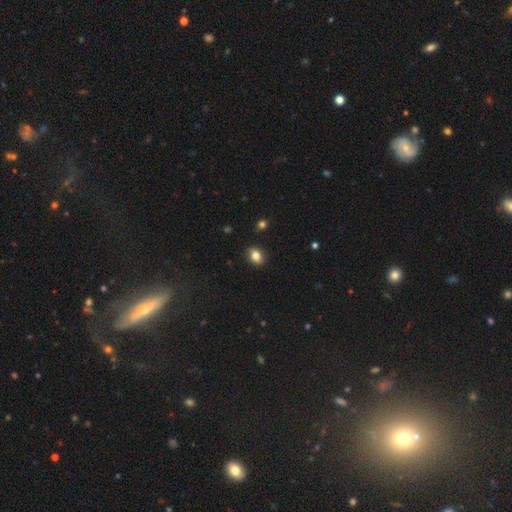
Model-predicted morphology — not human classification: A smooth galaxy with no disk features (83%) that is in between round and cigar-shaped (63%).

Vote fractions:
- Smooth or featured? smooth: 83% / star or artifact: 10% / featured or disk: 7%
- How rounded? in between: 63% / round: 35% / cigar-shaped: 1%
- Merging? none: 88% / minor disturbance: 9% / major disturbance: 2% / merger: 1%